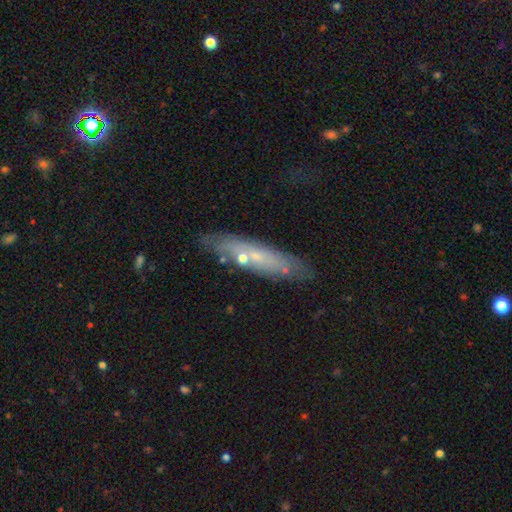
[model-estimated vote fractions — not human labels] This is possibly a featured or disk galaxy (48%). Merging: likely none (74%).